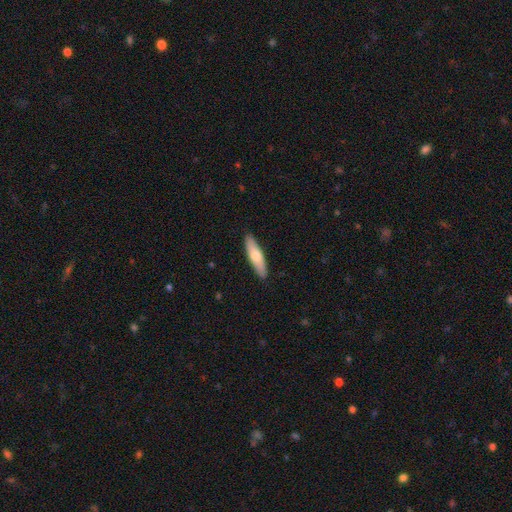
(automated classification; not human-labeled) This is likely a smooth galaxy (66%). How rounded: likely cigar-shaped (70%). Merging: clearly none (89%).